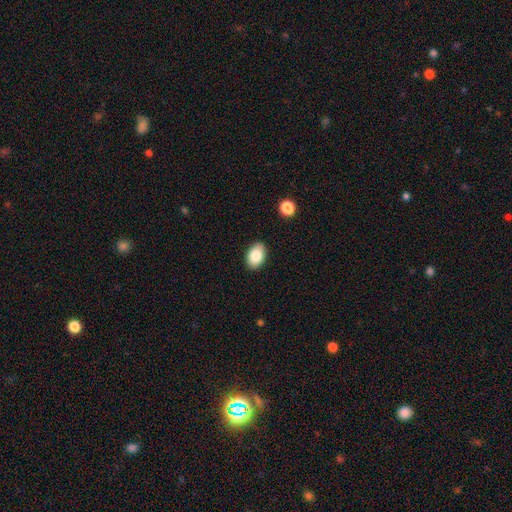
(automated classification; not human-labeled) smooth_or_featured: smooth (p=0.84) [alt: featured or disk p=0.08]
how_rounded: in between (p=0.87) [alt: round p=0.11]
merging: none (p=0.88) [alt: minor disturbance p=0.08]